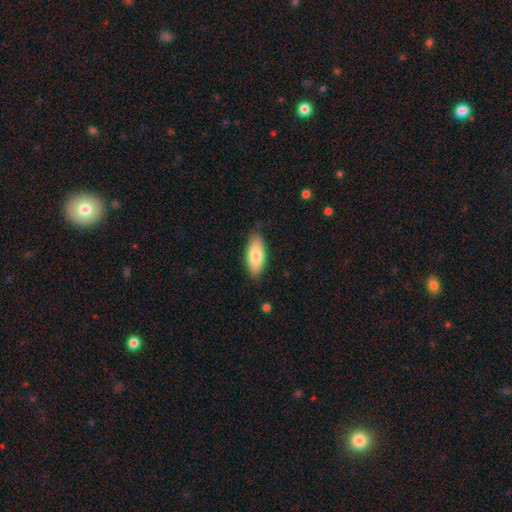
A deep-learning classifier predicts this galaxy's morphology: Smooth or featured: smooth — 79% (featured or disk — 15%)
How rounded: in between — 83% (cigar-shaped — 15%)
Merging: none — 79% (minor disturbance — 17%)